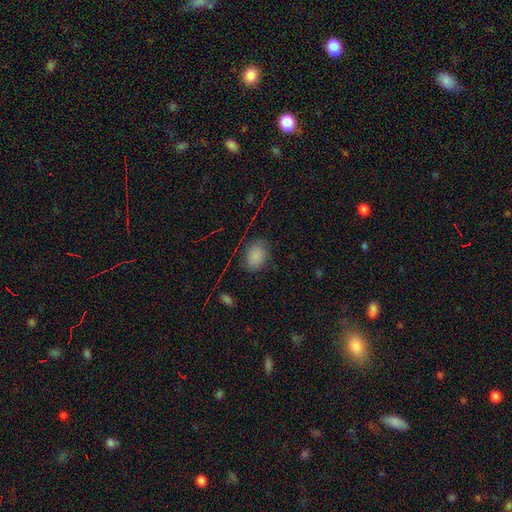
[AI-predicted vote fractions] smooth 79%, star or artifact 14%, featured or disk 6%. Down the decision tree: how rounded — in between (62%); merging — none (76%).